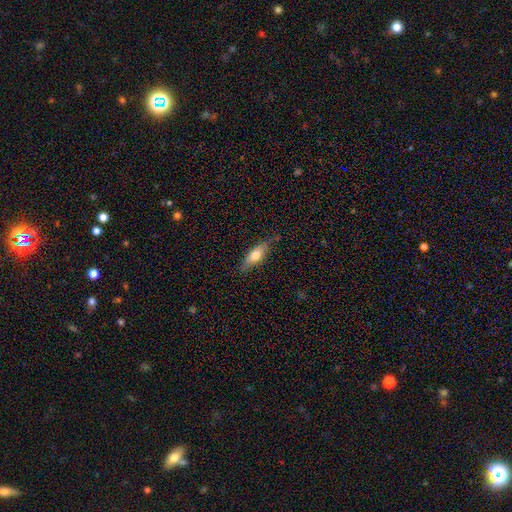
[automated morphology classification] Smooth or featured? Predicted: smooth (p=0.61). How rounded? Predicted: in between (p=0.54). Merging? Predicted: none (p=0.75).